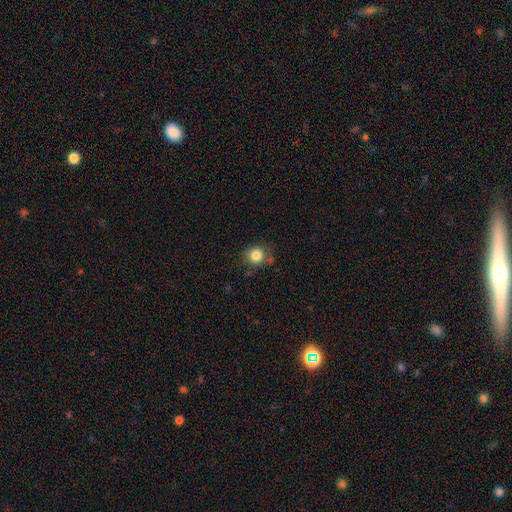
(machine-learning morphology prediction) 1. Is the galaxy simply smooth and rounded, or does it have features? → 84% smooth, 10% star or artifact, 6% featured or disk.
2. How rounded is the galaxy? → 87% round, 13% in between, 1% cigar-shaped.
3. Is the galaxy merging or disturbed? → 77% none, 16% minor disturbance, 4% major disturbance, 3% merger.